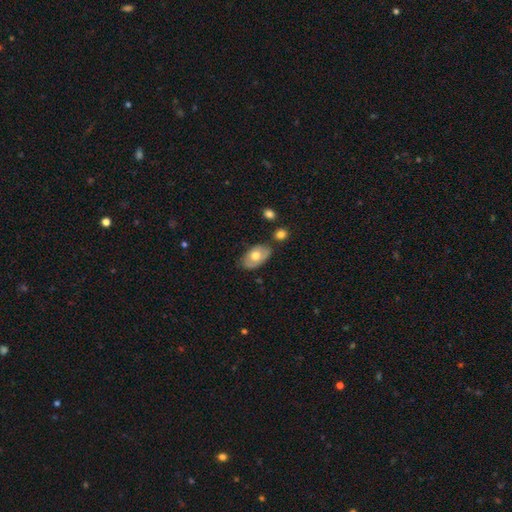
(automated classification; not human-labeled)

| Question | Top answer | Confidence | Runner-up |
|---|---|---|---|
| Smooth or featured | smooth | 59% | featured or disk (35%) |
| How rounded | in between | 92% | round (7%) |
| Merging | none | 69% | minor disturbance (20%) |